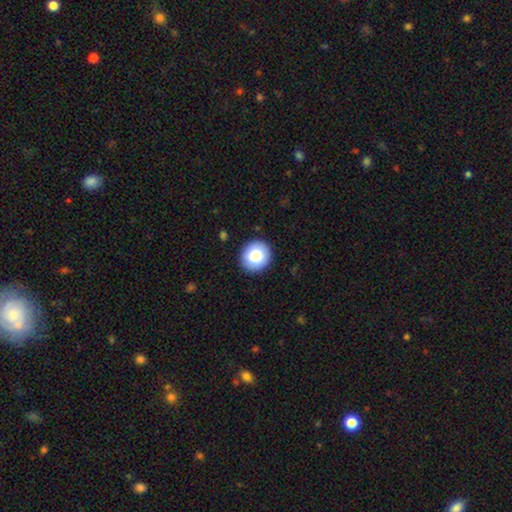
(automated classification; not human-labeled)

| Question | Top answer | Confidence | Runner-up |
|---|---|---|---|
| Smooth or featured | smooth | 84% | featured or disk (9%) |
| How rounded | round | 89% | in between (10%) |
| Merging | none | 91% | minor disturbance (7%) |